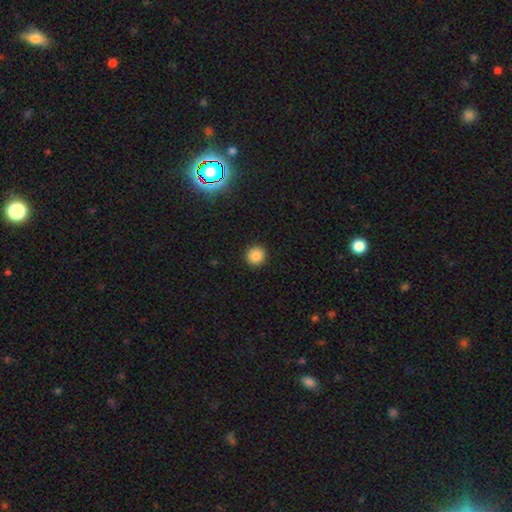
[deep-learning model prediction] This is clearly a smooth galaxy (85%). How rounded: clearly round (94%). Merging: clearly none (92%).